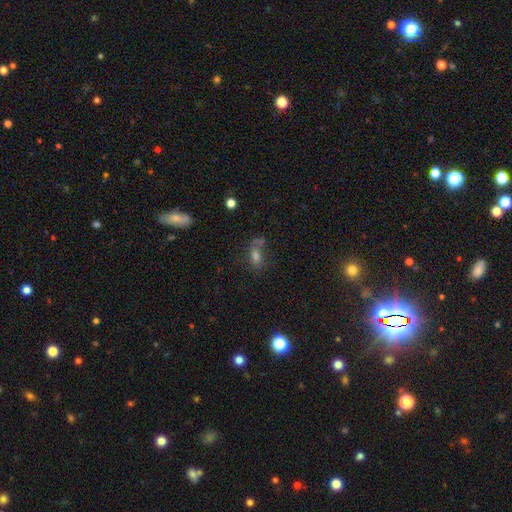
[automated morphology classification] smooth 52%, star or artifact 26%, featured or disk 22%. Down the decision tree: how rounded — in between (74%); merging — none (47%).